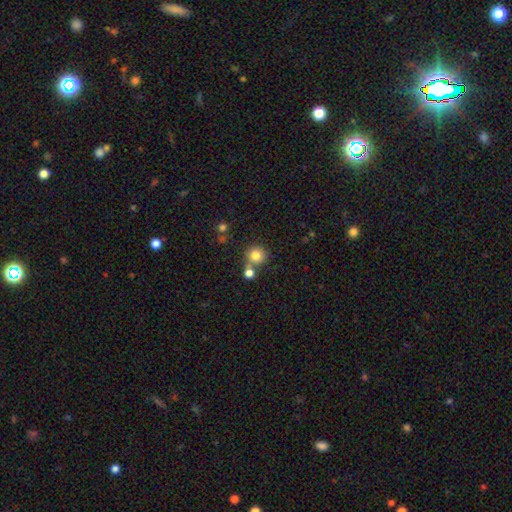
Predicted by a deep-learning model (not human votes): Smooth or featured?
  - smooth: 81% *
  - star or artifact: 12%
  - featured or disk: 8%
How rounded?
  - round: 92% *
  - in between: 7%
  - cigar-shaped: 1%
Merging?
  - none: 66% *
  - merger: 23%
  - minor disturbance: 8%
  - major disturbance: 3%